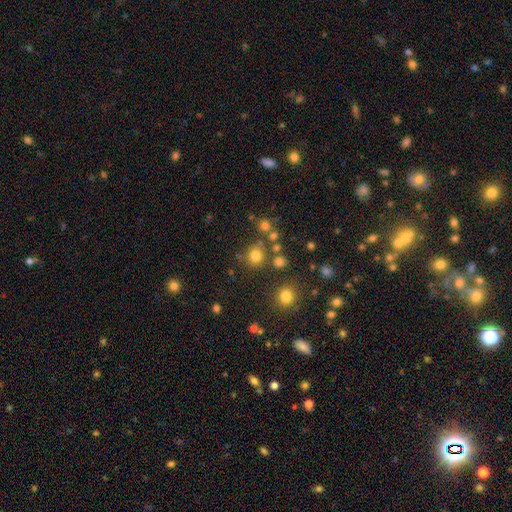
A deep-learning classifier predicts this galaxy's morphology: This appears to be a smooth galaxy with no disk features (76%) that is round (89%). Merging: none (77%).